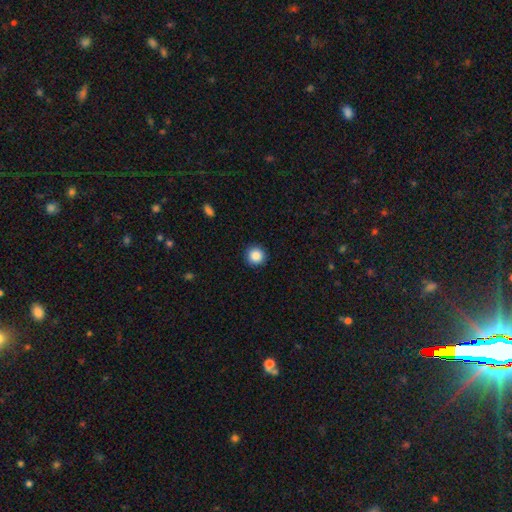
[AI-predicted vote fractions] Smooth or featured?
  - smooth: 87% *
  - star or artifact: 9%
  - featured or disk: 3%
How rounded?
  - round: 95% *
  - in between: 4%
  - cigar-shaped: 1%
Merging?
  - none: 92% *
  - minor disturbance: 5%
  - major disturbance: 2%
  - merger: 1%